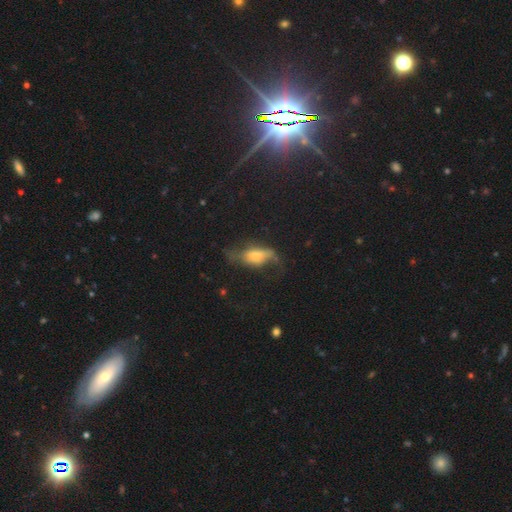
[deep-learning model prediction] smooth-or-featured: featured or disk: 50% | smooth: 36% | star or artifact: 13%
  disk-edge-on: no: 78% | yes: 22%
  merging: none: 42% | major disturbance: 30% | minor disturbance: 25% | merger: 3%